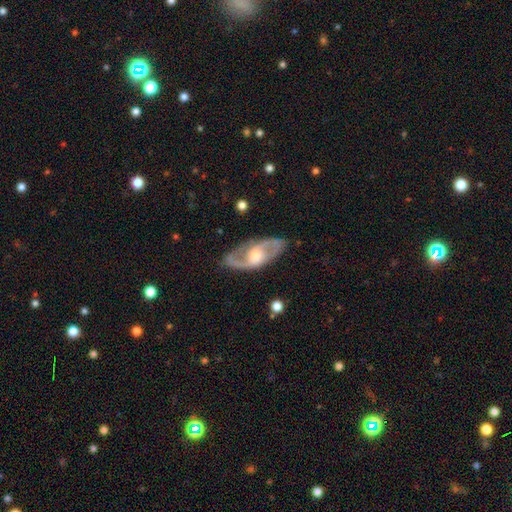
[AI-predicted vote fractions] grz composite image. It shows a featured or disk galaxy (83%) with no bar (56%), 2 (87%) medium (53%) spiral arms (88%) and a moderate central bulge (59%). Merging: none (81%).